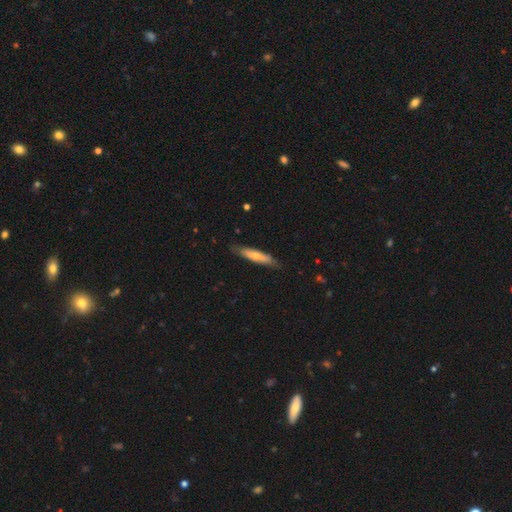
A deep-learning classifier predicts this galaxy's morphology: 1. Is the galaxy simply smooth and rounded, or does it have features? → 60% smooth, 34% featured or disk, 5% star or artifact.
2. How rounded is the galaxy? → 80% cigar-shaped, 19% in between, 2% round.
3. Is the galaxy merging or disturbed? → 78% none, 18% minor disturbance, 3% major disturbance, 1% merger.